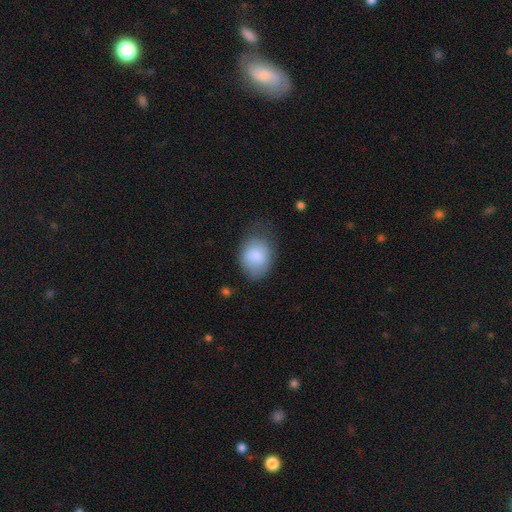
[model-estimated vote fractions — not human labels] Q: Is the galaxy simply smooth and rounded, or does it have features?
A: smooth — 84%.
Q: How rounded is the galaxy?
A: in between — 63%.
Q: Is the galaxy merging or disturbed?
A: none — 56%.